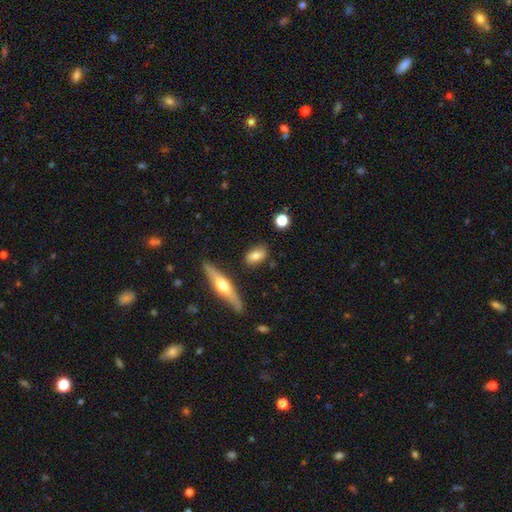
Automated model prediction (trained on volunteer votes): A smooth galaxy with no disk features (72%) that is in between round and cigar-shaped (82%).

Vote fractions:
- Smooth or featured? smooth: 72% / featured or disk: 20% / star or artifact: 8%
- How rounded? in between: 82% / cigar-shaped: 9% / round: 9%
- Merging? none: 81% / minor disturbance: 13% / major disturbance: 3% / merger: 3%